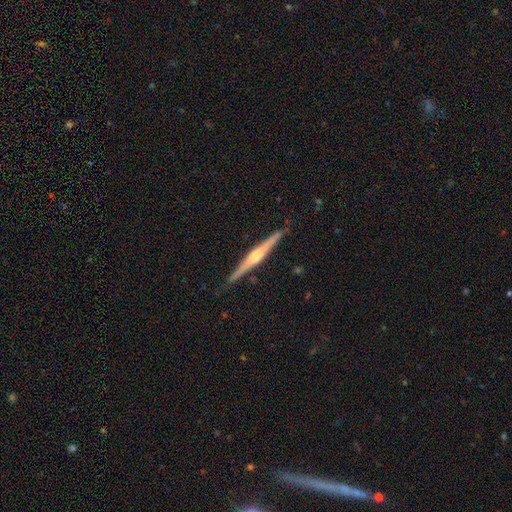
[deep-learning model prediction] smooth_or_featured: featured or disk (p=0.77) [alt: smooth p=0.18]
disk_edge_on: yes (p=0.98) [alt: no p=0.02]
edge_on_bulge: rounded (p=0.74) [alt: boxy p=0.18]
merging: none (p=0.89) [alt: minor disturbance p=0.08]